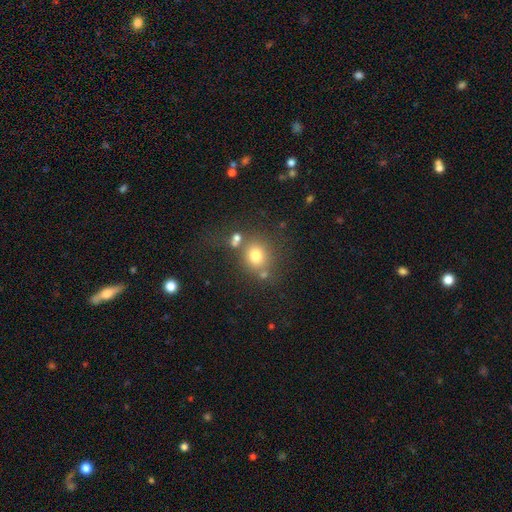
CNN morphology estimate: smooth_or_featured: smooth (p=0.75) [alt: star or artifact p=0.14]
how_rounded: round (p=0.76) [alt: in between p=0.23]
merging: none (p=0.65) [alt: merger p=0.16]